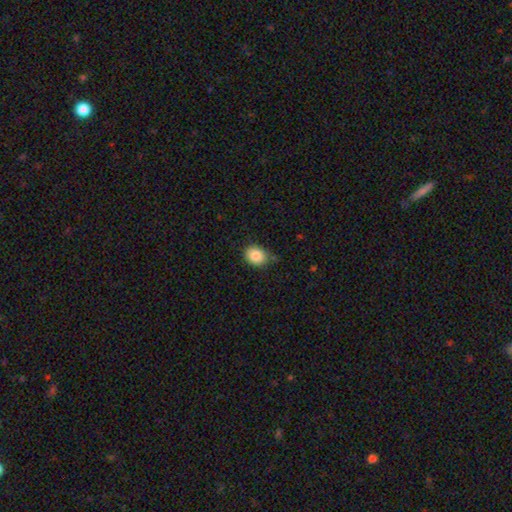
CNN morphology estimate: This appears to be a smooth galaxy with no disk features (86%) that is in between round and cigar-shaped (53%). Merging: none (80%).